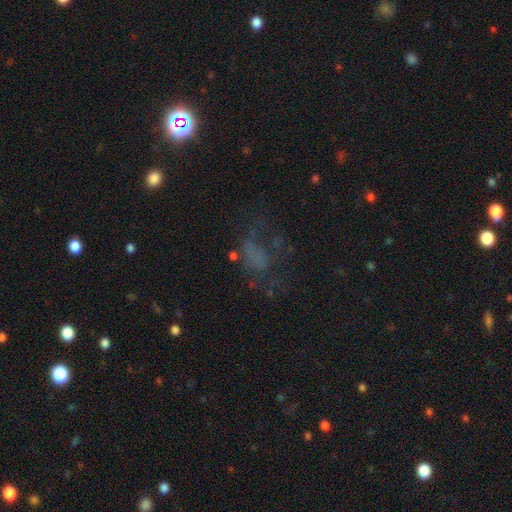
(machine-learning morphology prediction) Smooth or featured? Predicted: smooth (p=0.36). Merging? Predicted: none (p=0.40).